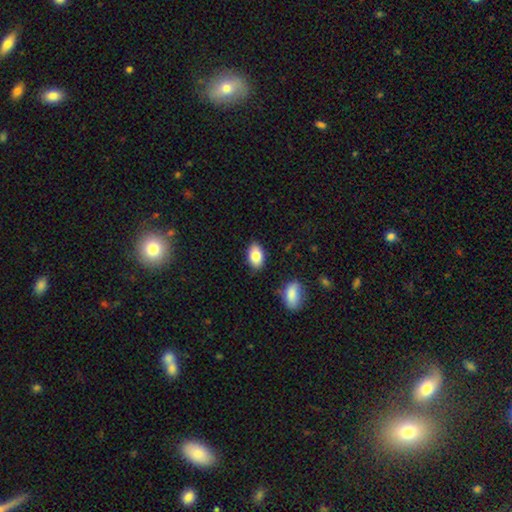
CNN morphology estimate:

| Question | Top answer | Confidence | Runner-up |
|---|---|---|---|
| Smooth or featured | smooth | 83% | featured or disk (10%) |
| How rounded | in between | 91% | round (7%) |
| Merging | none | 85% | minor disturbance (11%) |